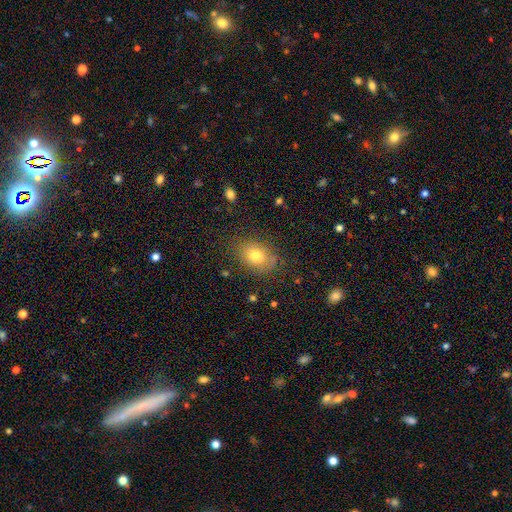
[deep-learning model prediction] Smooth or featured? Predicted: smooth (p=0.78). How rounded? Predicted: in between (p=0.70). Merging? Predicted: none (p=0.79).